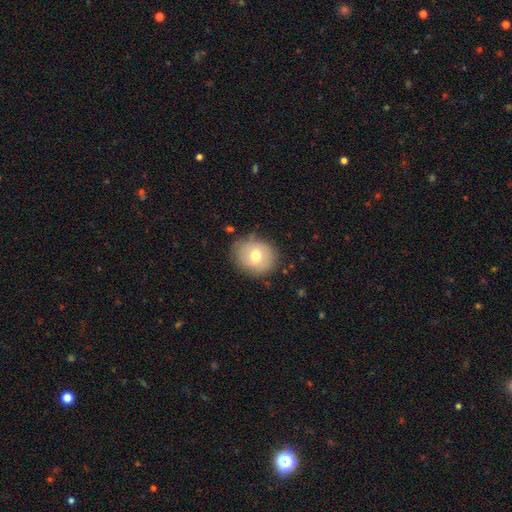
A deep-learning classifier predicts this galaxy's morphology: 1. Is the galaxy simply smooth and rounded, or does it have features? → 64% smooth, 27% featured or disk, 8% star or artifact.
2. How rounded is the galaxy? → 74% round, 26% in between, 1% cigar-shaped.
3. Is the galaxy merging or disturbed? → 78% none, 16% minor disturbance, 4% major disturbance, 2% merger.